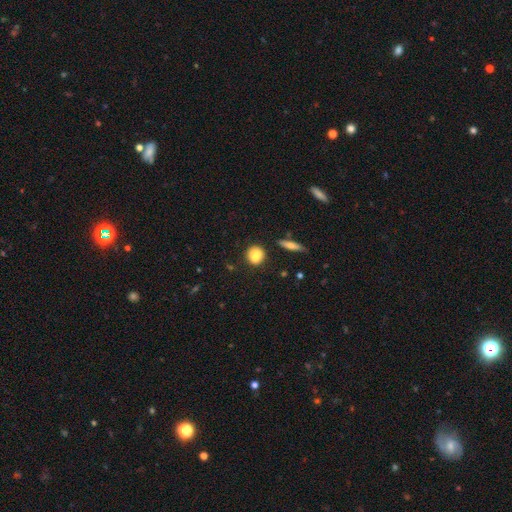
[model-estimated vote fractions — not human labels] This is likely a smooth galaxy (76%). How rounded: likely round (78%). Merging: likely none (67%).